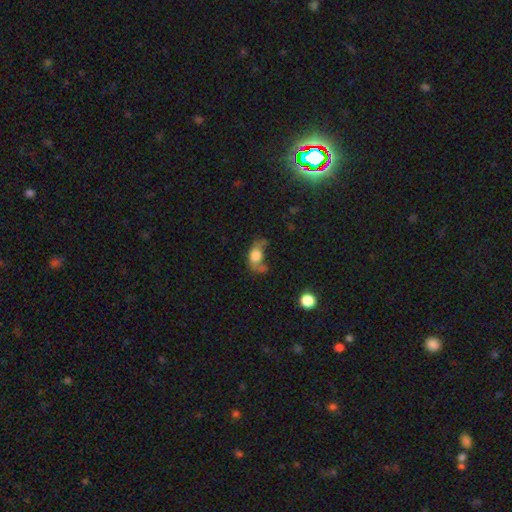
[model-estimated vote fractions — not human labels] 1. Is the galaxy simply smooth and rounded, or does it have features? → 62% smooth, 27% featured or disk, 11% star or artifact.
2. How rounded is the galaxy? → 75% in between, 21% round, 4% cigar-shaped.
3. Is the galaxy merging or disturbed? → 39% major disturbance, 25% none, 23% minor disturbance, 13% merger.